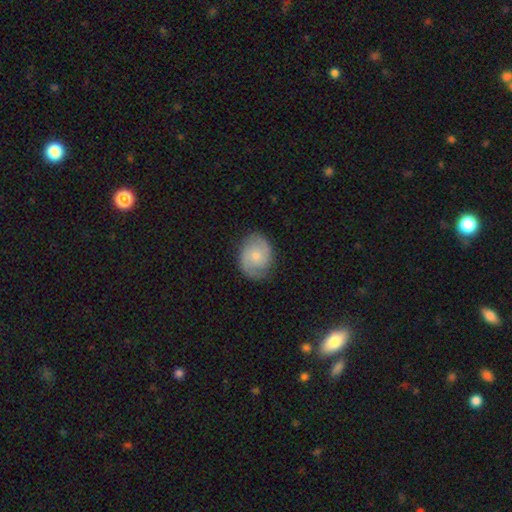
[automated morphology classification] The model was most divided on "spiral winding": medium: 43%, tight: 41%, loose: 16%. Remaining: edge-on disk — no (98%); spiral arms — yes (91%); merging — none (78%); spiral arm count — 2 (73%); bar — no (68%); smooth or featured — featured or disk (58%); bulge size — small (49%).